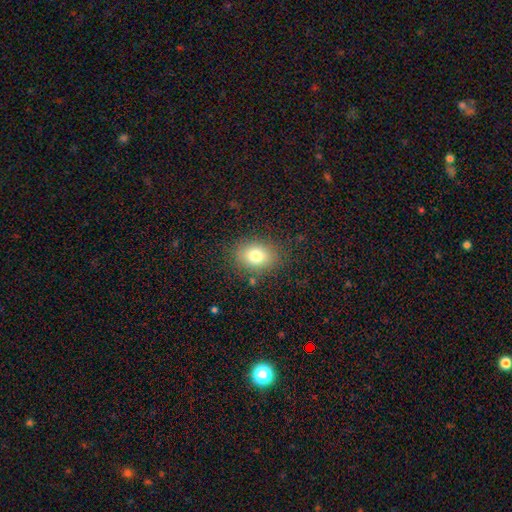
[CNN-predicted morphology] This appears to be a smooth galaxy with no disk features (78%) that is in between round and cigar-shaped (64%). Merging: none (83%).